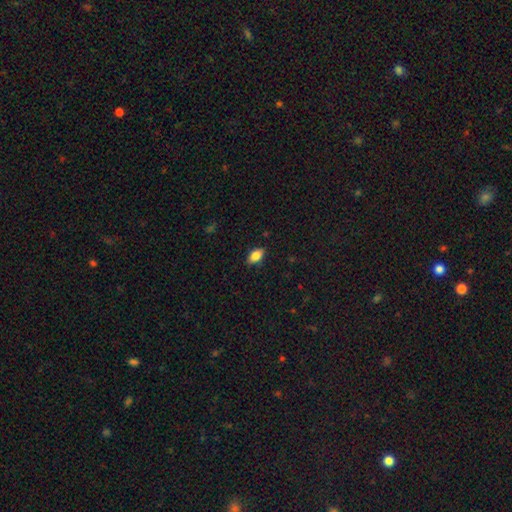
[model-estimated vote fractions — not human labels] Smooth or featured? smooth (85%)
How rounded? in between (90%)
Merging? none (87%)